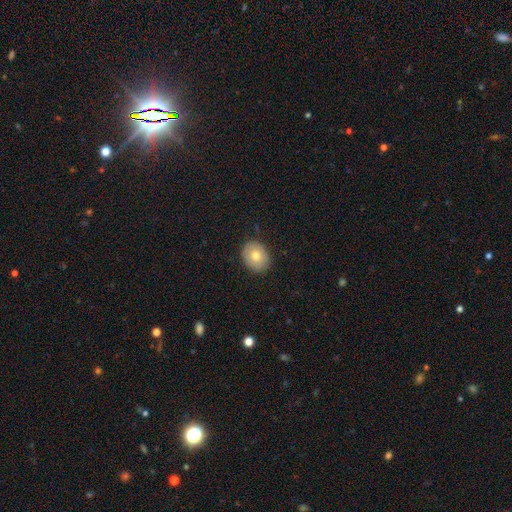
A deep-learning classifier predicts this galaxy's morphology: This is likely a smooth galaxy (73%). How rounded: possibly round (50%). Merging: clearly none (87%).